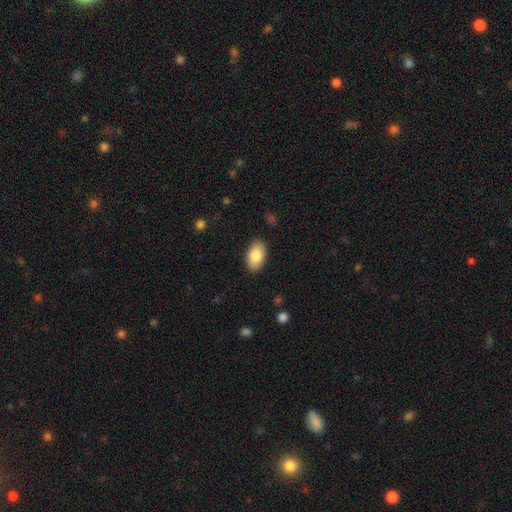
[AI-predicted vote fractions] Morphology: type=smooth (85%); roundness=in between (94%); merging=none (88%).